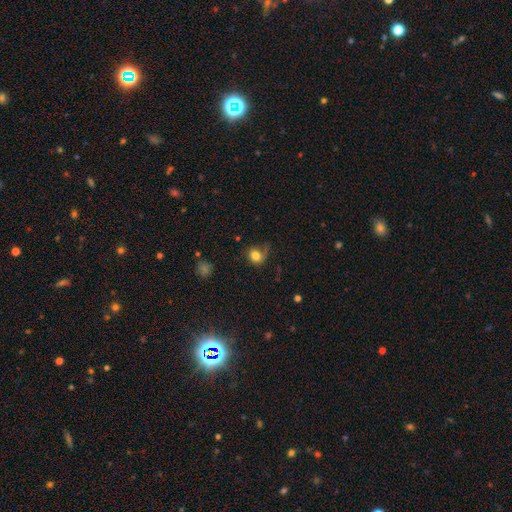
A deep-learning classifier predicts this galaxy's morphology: Smooth or featured?
  - smooth: 76% *
  - featured or disk: 13%
  - star or artifact: 10%
How rounded?
  - round: 67% *
  - in between: 32%
  - cigar-shaped: 1%
Merging?
  - none: 51% *
  - minor disturbance: 26%
  - major disturbance: 21%
  - merger: 3%